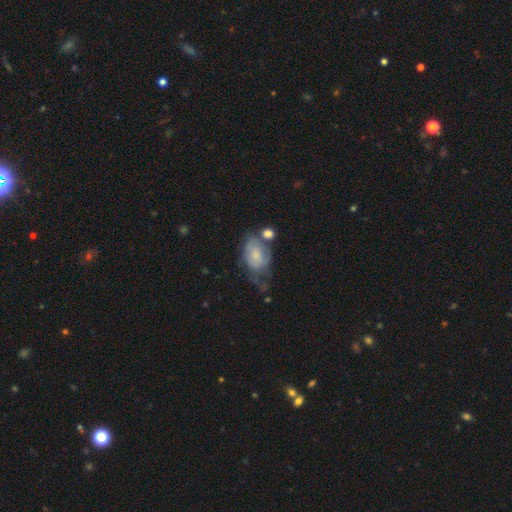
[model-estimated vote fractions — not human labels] Smooth or featured? smooth (63%)
How rounded? in between (81%)
Merging? major disturbance (28%, tied with minor disturbance)